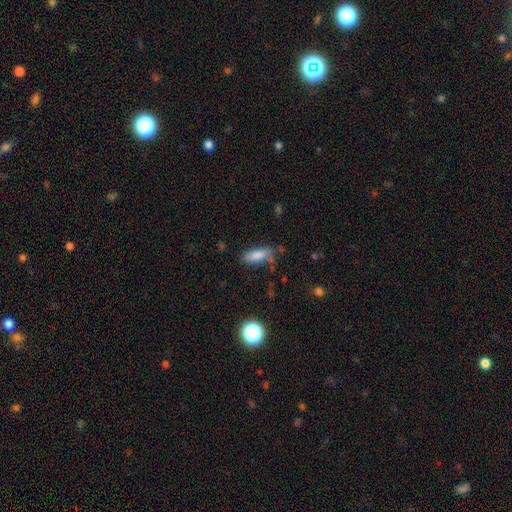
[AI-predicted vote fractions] Q: Smooth or featured?
A: smooth (82%); runner-up: featured or disk (9%)
Q: How rounded?
A: in between (68%); runner-up: cigar-shaped (29%)
Q: Merging?
A: none (66%); runner-up: minor disturbance (22%)